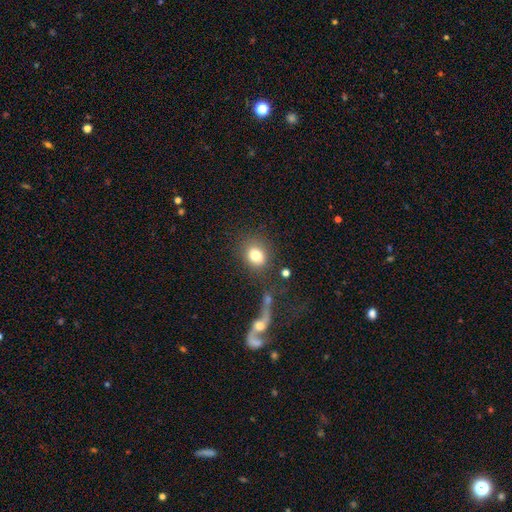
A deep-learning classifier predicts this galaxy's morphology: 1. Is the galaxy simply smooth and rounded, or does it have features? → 80% smooth, 10% star or artifact, 10% featured or disk.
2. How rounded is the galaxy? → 62% round, 37% in between, 1% cigar-shaped.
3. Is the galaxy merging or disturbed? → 72% none, 12% minor disturbance, 9% merger, 7% major disturbance.